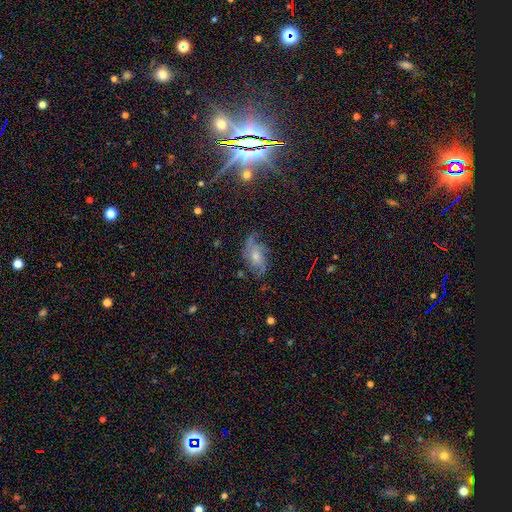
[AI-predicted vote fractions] Smooth or featured: featured or disk — 60% (smooth — 27%)
Edge-on disk: no — 93% (yes — 7%)
Bar: no — 74% (weak — 22%)
Spiral arms: yes — 84% (no — 16%)
Bulge size: moderate — 46% (small — 41%)
Merging: none — 61% (minor disturbance — 23%)